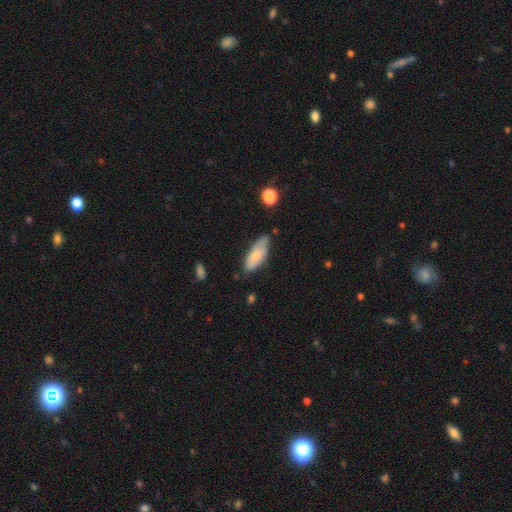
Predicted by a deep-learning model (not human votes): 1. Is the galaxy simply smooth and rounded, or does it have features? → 75% smooth, 18% featured or disk, 6% star or artifact.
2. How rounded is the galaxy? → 77% in between, 21% cigar-shaped, 2% round.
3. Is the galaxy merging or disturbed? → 62% none, 30% minor disturbance, 5% major disturbance, 3% merger.